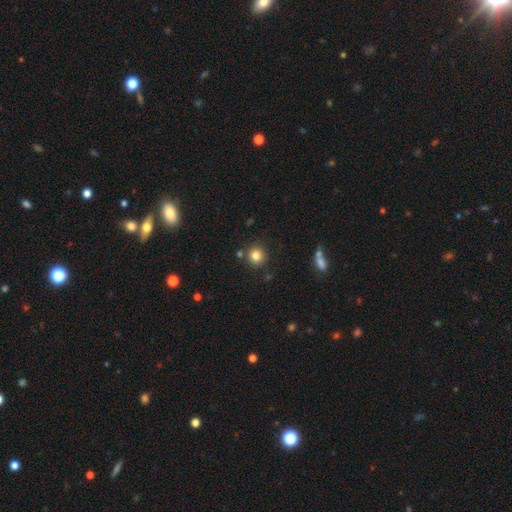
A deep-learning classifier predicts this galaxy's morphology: A smooth galaxy with no disk features (81%) that is round (92%).

Vote fractions:
- Smooth or featured? smooth: 81% / star or artifact: 12% / featured or disk: 7%
- How rounded? round: 92% / in between: 7% / cigar-shaped: 1%
- Merging? none: 84% / minor disturbance: 8% / merger: 5% / major disturbance: 3%